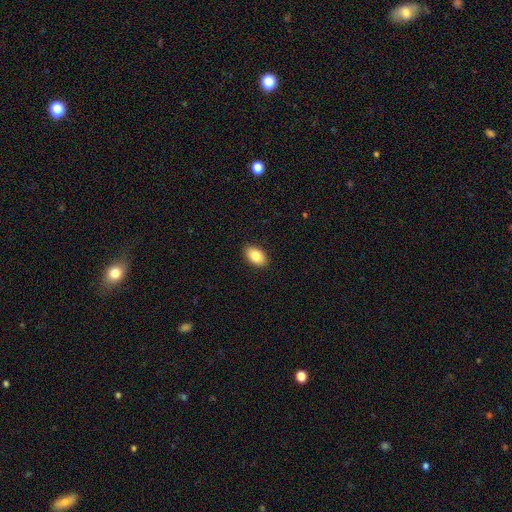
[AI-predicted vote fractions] The model was most divided on "smooth or featured": smooth: 87%, star or artifact: 7%, featured or disk: 6%. More confident: how rounded — in between (92%); merging — none (89%).